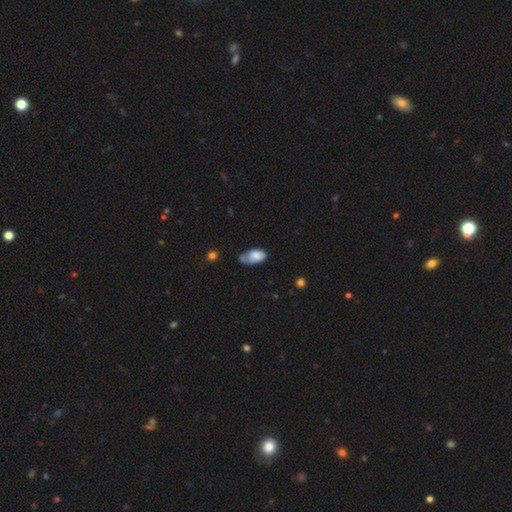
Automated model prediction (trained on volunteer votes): smooth-or-featured: smooth: 75% | featured or disk: 18% | star or artifact: 7%
  how-rounded: in between: 93% | round: 5% | cigar-shaped: 3%
  merging: minor disturbance: 40% | none: 36% | major disturbance: 16% | merger: 9%